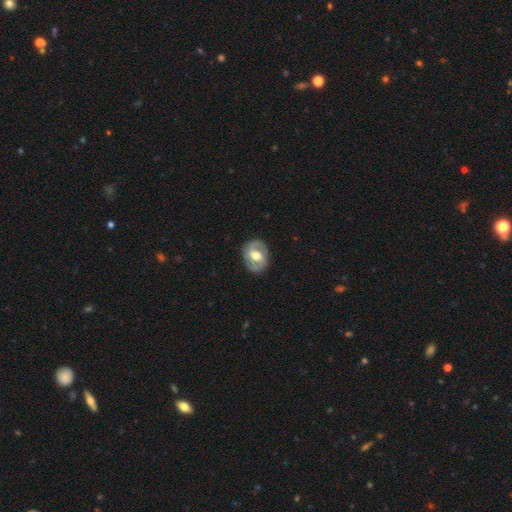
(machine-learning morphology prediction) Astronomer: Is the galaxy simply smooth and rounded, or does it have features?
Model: featured or disk — 79%.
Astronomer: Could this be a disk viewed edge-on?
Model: no — 97%.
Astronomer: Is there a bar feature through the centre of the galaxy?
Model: weak — 45% (runner-up: no, 33%).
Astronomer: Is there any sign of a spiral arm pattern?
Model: yes — 87%.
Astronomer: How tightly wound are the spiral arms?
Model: medium — 51% (runner-up: tight, 33%).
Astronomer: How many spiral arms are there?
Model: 2 — 91%.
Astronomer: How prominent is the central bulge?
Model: moderate — 69%.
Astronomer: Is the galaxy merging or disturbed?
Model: none — 86%.